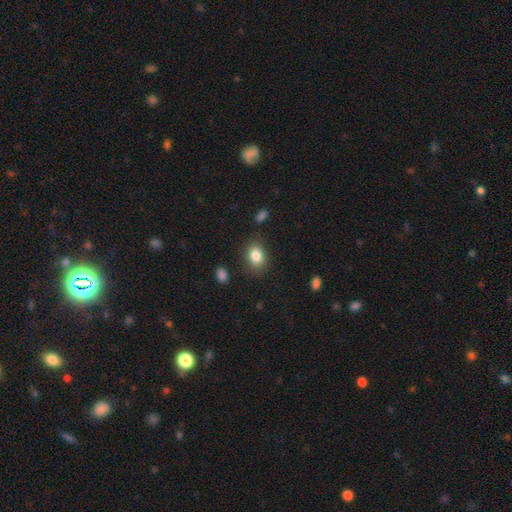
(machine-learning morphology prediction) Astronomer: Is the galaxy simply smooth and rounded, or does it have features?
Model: smooth — 84%.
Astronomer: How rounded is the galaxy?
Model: in between — 61% (runner-up: round, 38%).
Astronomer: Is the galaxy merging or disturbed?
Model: none — 81%.